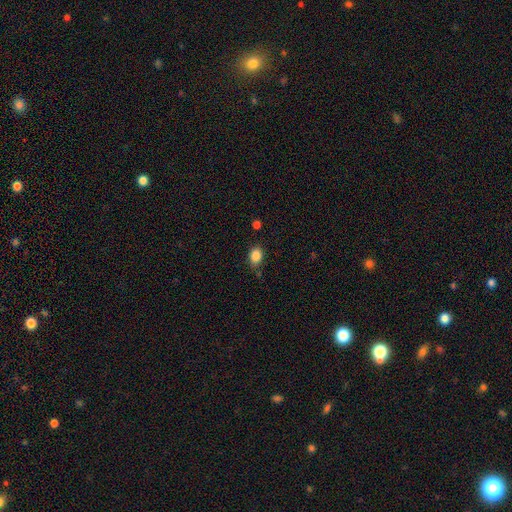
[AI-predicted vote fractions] smooth_or_featured: smooth (p=0.86) [alt: star or artifact p=0.09]
how_rounded: in between (p=0.71) [alt: round p=0.28]
merging: none (p=0.77) [alt: minor disturbance p=0.17]